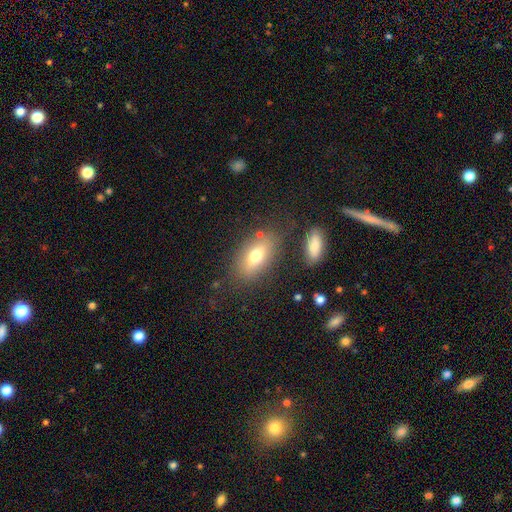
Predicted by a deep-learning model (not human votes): Smooth or featured? Predicted: smooth (p=0.69). How rounded? Predicted: in between (p=0.84). Merging? Predicted: none (p=0.75).